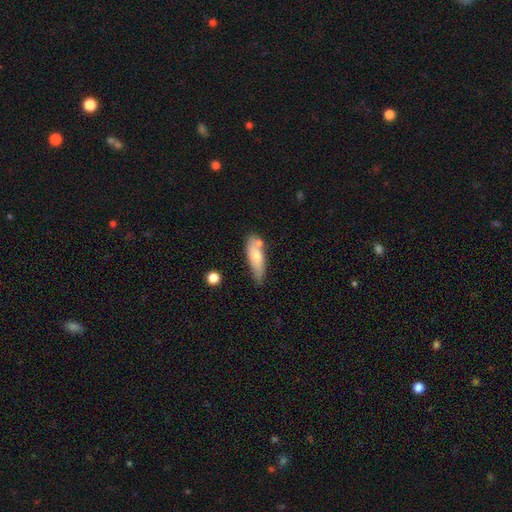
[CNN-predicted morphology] Smooth or featured? Predicted: smooth (p=0.71). How rounded? Predicted: in between (p=0.54). Merging? Predicted: none (p=0.53).